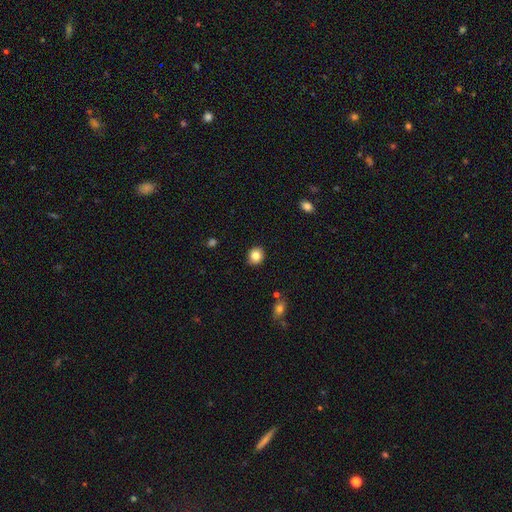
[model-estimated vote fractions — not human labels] Smooth or featured? smooth (84%)
How rounded? round (80%)
Merging? none (90%)